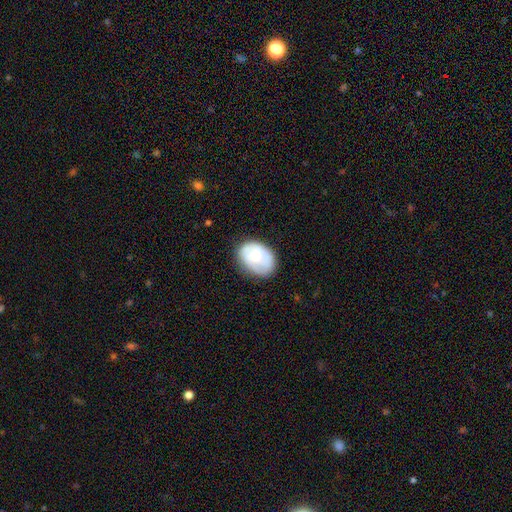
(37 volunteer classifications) smooth 54%, featured or disk 41%, star or artifact 5%. Down the decision tree: how rounded — in between (75%); merging — none (77%).